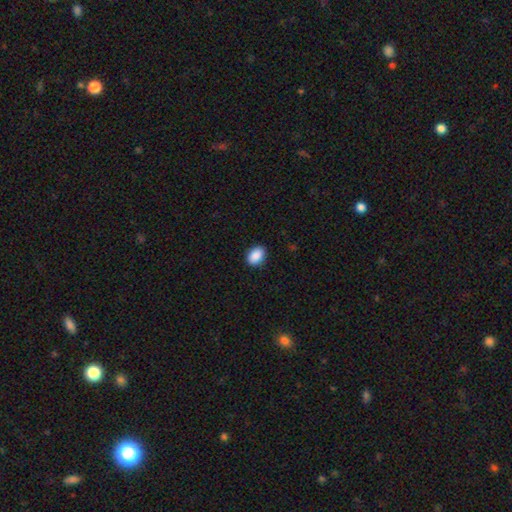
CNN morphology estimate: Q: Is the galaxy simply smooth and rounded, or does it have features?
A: smooth — 90%.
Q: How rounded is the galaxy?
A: in between — 78%.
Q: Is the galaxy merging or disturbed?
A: none — 89%.